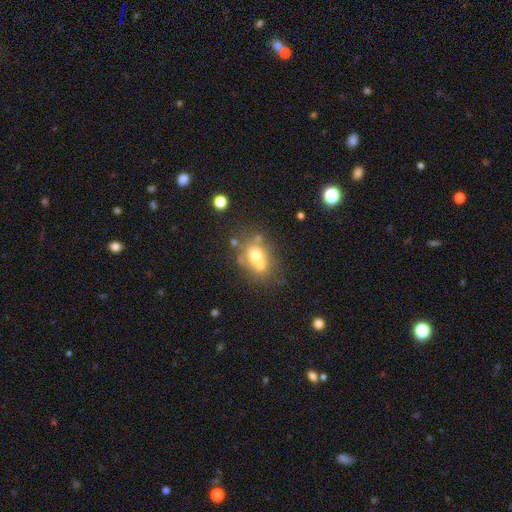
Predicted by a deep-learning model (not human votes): Morphology: type=smooth (61%); roundness=round (53%); merging=none (42%).